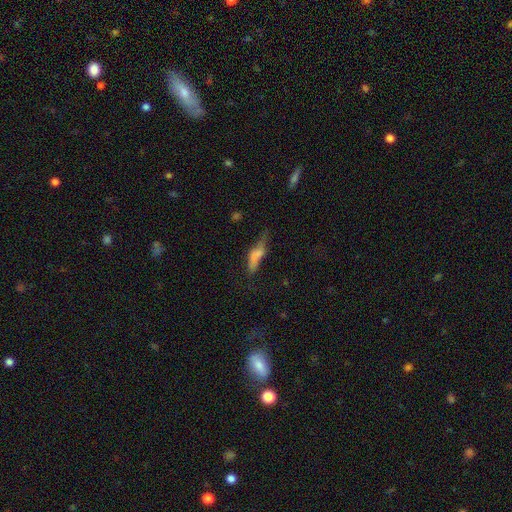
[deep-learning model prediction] smooth-or-featured: smooth: 59% | featured or disk: 30% | star or artifact: 11%
  how-rounded: cigar-shaped: 55% | in between: 41% | round: 4%
  merging: none: 35% | minor disturbance: 28% | major disturbance: 25% | merger: 12%